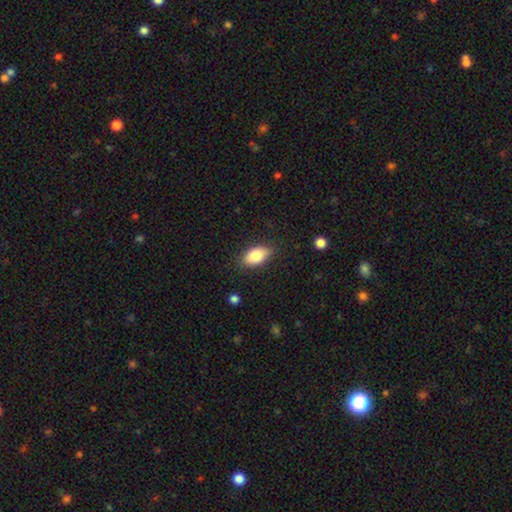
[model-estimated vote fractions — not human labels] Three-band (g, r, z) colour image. It shows a smooth galaxy with no disk features (83%) that is in between round and cigar-shaped (91%). Merging: none (83%).